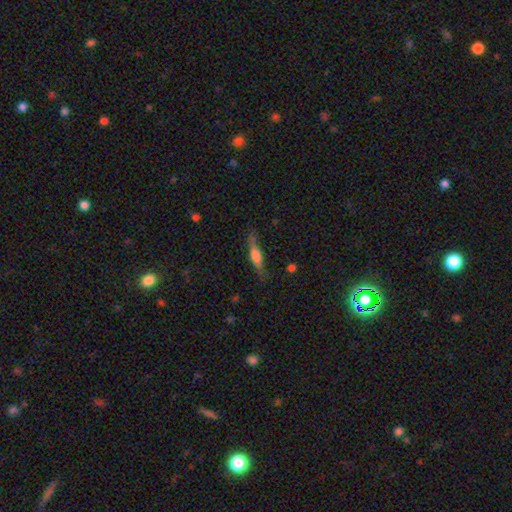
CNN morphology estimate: Overall: smooth (51%; featured or disk 41%). How rounded: cigar-shaped (71%). Merging: none (71%).